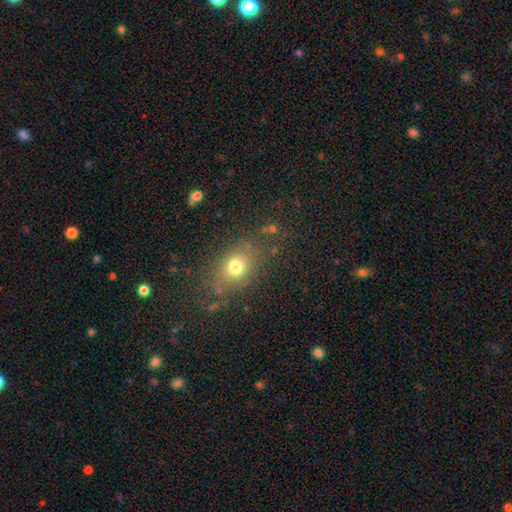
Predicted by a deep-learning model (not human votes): Smooth or featured: smooth — 54% (star or artifact — 28%)
How rounded: in between — 49% (round — 42%)
Merging: none — 78% (minor disturbance — 14%)